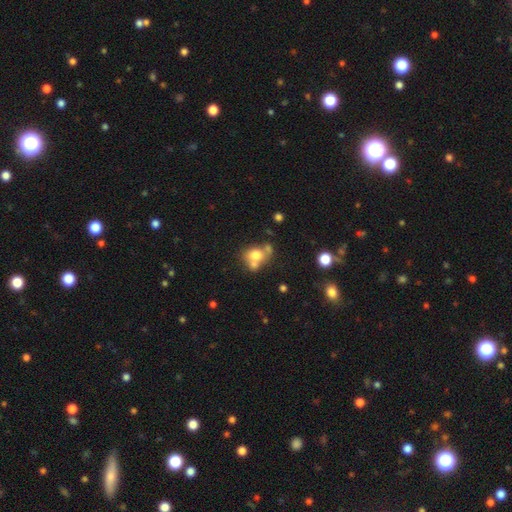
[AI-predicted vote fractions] Overall: smooth (69%). How rounded: round (58%; in between 41%). Merging: merger (45%; none 35%).